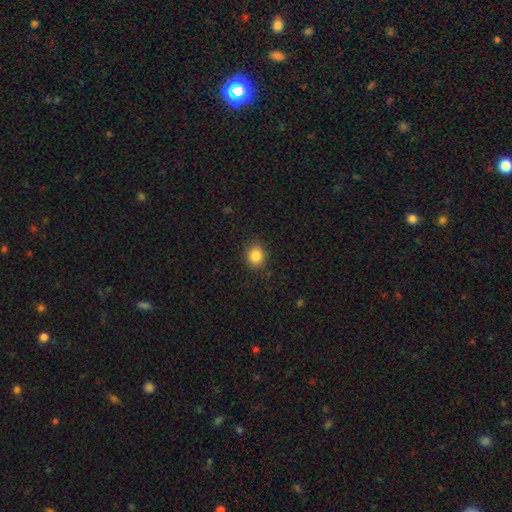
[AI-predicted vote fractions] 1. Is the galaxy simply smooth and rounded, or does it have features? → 85% smooth, 10% star or artifact, 5% featured or disk.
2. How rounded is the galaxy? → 73% round, 26% in between, 1% cigar-shaped.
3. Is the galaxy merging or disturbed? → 88% none, 9% minor disturbance, 2% major disturbance, 1% merger.